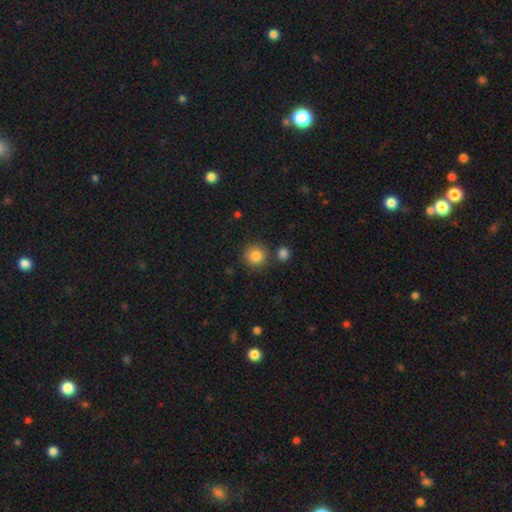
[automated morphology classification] Smooth or featured? Predicted: smooth (p=0.84). How rounded? Predicted: round (p=0.93). Merging? Predicted: none (p=0.82).